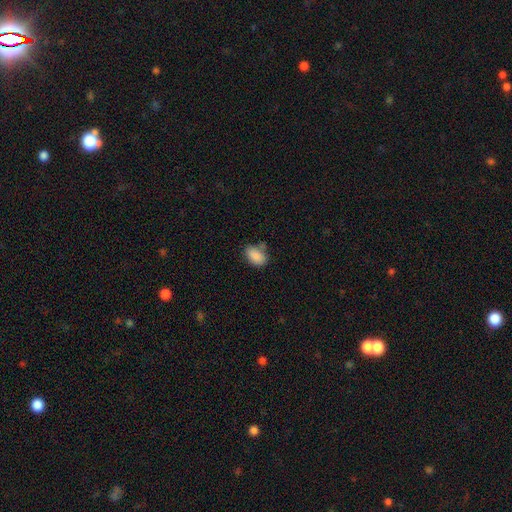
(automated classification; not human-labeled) Overall: smooth (88%). How rounded: in between (89%). Merging: none (67%).